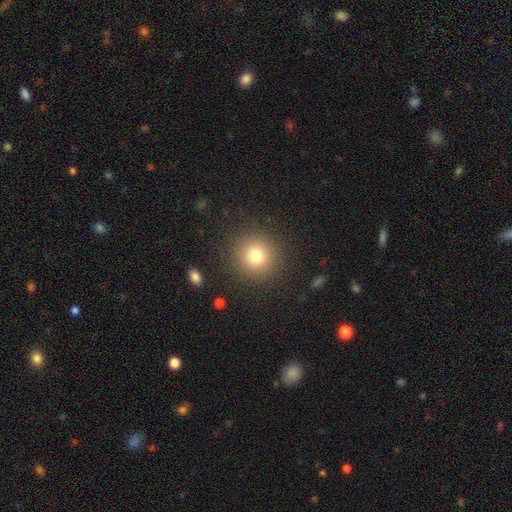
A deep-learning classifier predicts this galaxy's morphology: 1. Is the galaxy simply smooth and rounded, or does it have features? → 78% smooth, 13% star or artifact, 9% featured or disk.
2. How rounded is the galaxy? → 94% round, 5% in between, 1% cigar-shaped.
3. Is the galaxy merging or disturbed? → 89% none, 6% minor disturbance, 3% major disturbance, 1% merger.